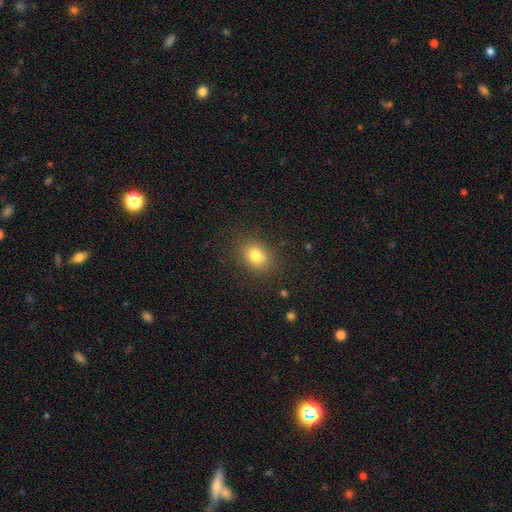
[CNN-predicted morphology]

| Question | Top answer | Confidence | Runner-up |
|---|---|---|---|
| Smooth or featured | smooth | 79% | star or artifact (12%) |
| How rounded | in between | 53% | round (46%) |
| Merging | none | 80% | minor disturbance (13%) |